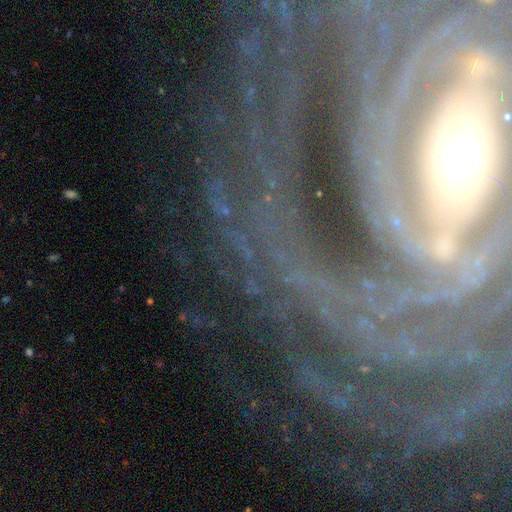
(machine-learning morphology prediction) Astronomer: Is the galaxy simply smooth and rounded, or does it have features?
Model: featured or disk — 86%.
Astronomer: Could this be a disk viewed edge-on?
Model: no — 94%.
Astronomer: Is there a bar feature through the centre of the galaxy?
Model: strong — 41% (runner-up: no, 35%).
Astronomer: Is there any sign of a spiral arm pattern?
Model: yes — 94%.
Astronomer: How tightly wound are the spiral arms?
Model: tight — 79%.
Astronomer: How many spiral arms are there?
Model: can't tell — 26% (runner-up: more than 4, 19%).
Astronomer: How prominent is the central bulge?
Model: moderate — 46% (runner-up: small, 38%).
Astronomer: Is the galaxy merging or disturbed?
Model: none — 74%.